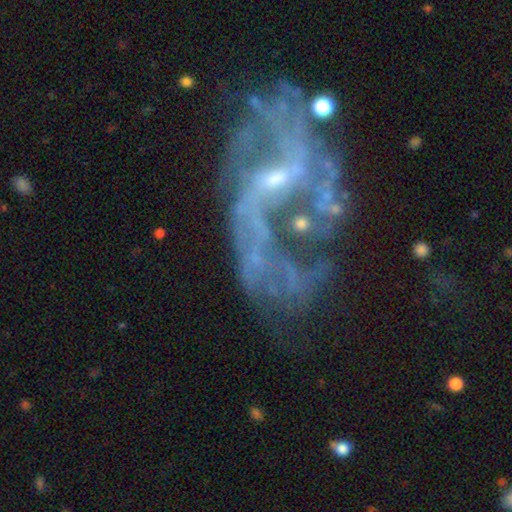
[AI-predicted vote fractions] Smooth or featured? featured or disk (84%)
Edge-on disk? no (96%)
Bar? weak (45%)
Spiral arms? yes (80%)
Spiral winding? loose (62%)
Spiral arm count? 2 (50%)
Bulge size? small (63%)
Merging? none (38%)